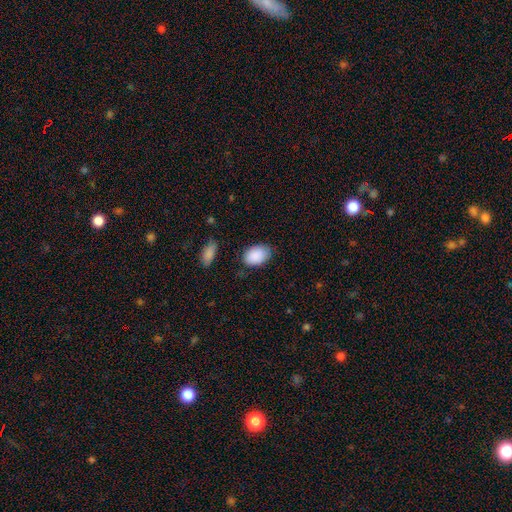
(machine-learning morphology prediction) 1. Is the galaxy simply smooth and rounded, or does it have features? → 89% smooth, 6% star or artifact, 4% featured or disk.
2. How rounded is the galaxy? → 85% in between, 14% round, 1% cigar-shaped.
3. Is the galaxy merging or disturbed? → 76% none, 18% minor disturbance, 4% major disturbance, 2% merger.